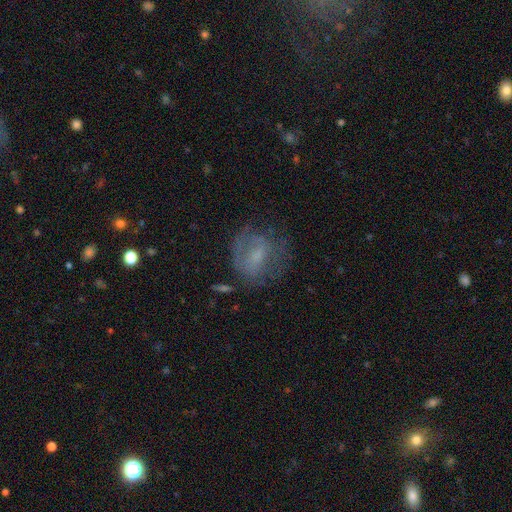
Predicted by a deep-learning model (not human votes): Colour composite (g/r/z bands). It shows a featured or disk galaxy (47%). Merging: none (57%).